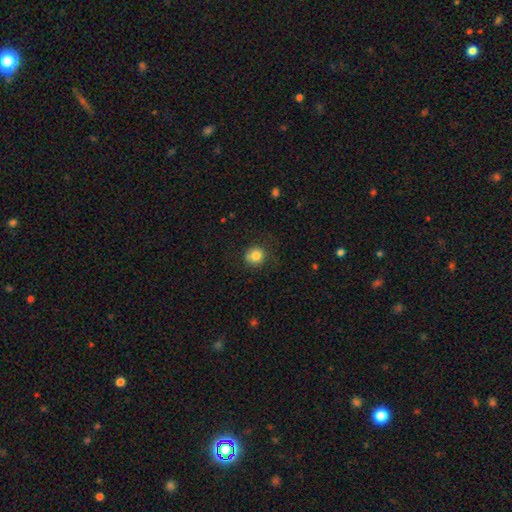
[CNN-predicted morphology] Smooth or featured: smooth — 81% (star or artifact — 10%)
How rounded: round — 88% (in between — 11%)
Merging: none — 75% (minor disturbance — 17%)